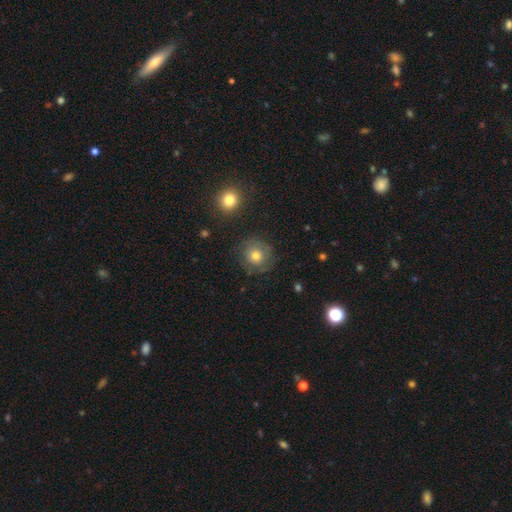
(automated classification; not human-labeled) Smooth or featured?
  - smooth: 68% *
  - featured or disk: 20%
  - star or artifact: 12%
How rounded?
  - round: 91% *
  - in between: 9%
  - cigar-shaped: 1%
Merging?
  - none: 79% *
  - minor disturbance: 13%
  - major disturbance: 6%
  - merger: 2%